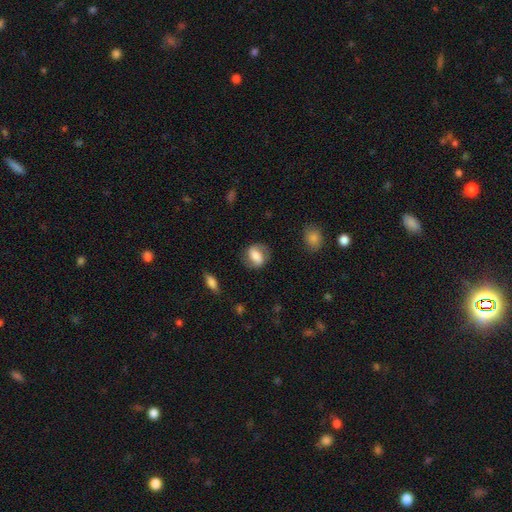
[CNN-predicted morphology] A smooth galaxy with no disk features (54%) that is in between round and cigar-shaped (58%).

Vote fractions:
- Smooth or featured? smooth: 54% / featured or disk: 38% / star or artifact: 8%
- How rounded? in between: 58% / round: 39% / cigar-shaped: 3%
- Merging? none: 74% / minor disturbance: 17% / major disturbance: 8% / merger: 2%